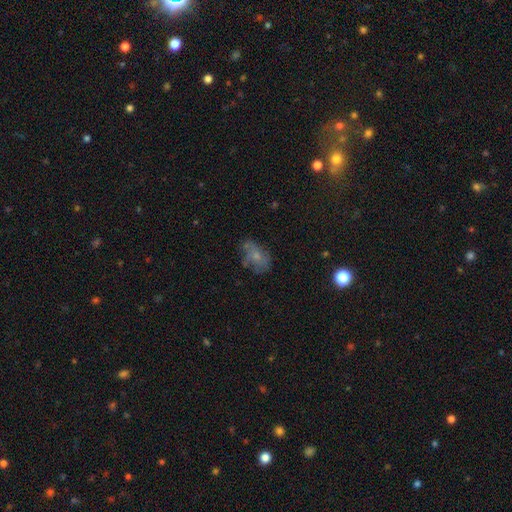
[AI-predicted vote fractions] smooth-or-featured: smooth: 49% | featured or disk: 39% | star or artifact: 12%
  merging: none: 52% | minor disturbance: 26% | major disturbance: 17% | merger: 4%